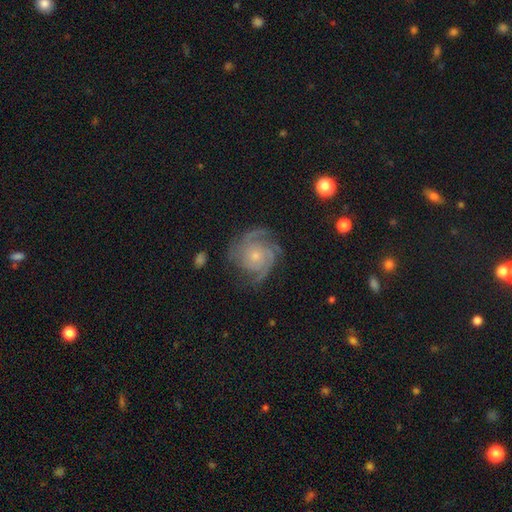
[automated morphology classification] A featured or disk galaxy (87%) with no bar (80%), 3 (43%) tight (54%) spiral arms (97%) and a small central bulge (71%). Merging: none (72%).